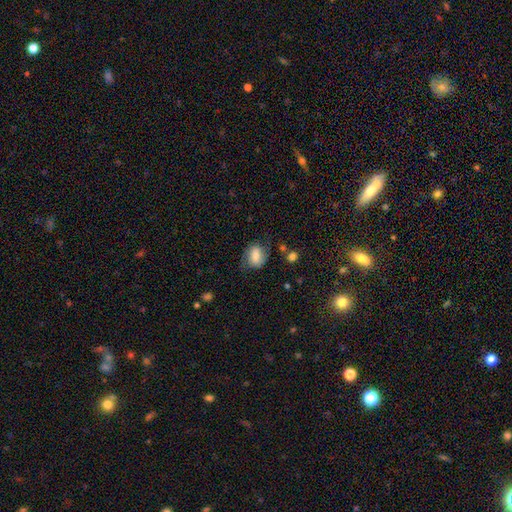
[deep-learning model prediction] smooth-or-featured: smooth: 70% | featured or disk: 21% | star or artifact: 8%
  how-rounded: in between: 61% | round: 38% | cigar-shaped: 2%
  merging: none: 64% | minor disturbance: 23% | major disturbance: 10% | merger: 3%